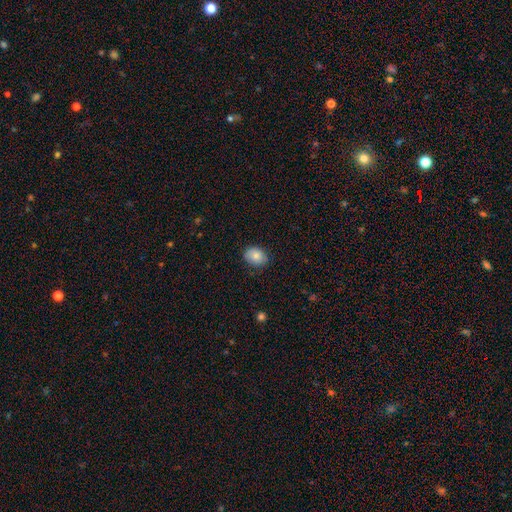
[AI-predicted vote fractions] smooth-or-featured: smooth: 81% | featured or disk: 11% | star or artifact: 8%
  how-rounded: in between: 52% | round: 47% | cigar-shaped: 1%
  merging: none: 79% | minor disturbance: 17% | major disturbance: 3% | merger: 1%